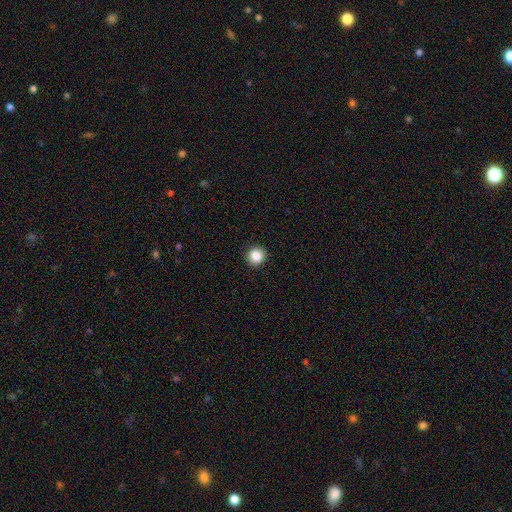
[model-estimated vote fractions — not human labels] This is clearly a smooth galaxy (87%). How rounded: clearly round (92%). Merging: clearly none (91%).